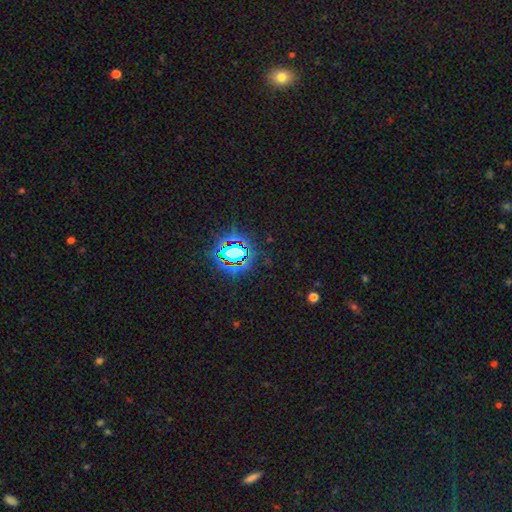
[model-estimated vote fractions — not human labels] The model was most divided on "smooth or featured": star or artifact: 82%, smooth: 12%, featured or disk: 6%.